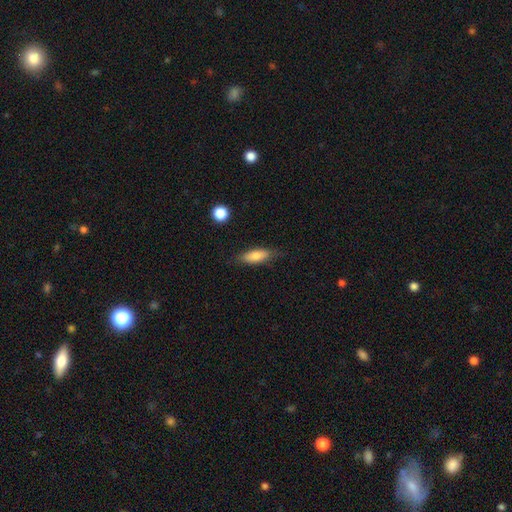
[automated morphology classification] Smooth or featured?
  - smooth: 77% *
  - featured or disk: 16%
  - star or artifact: 7%
How rounded?
  - in between: 61% *
  - cigar-shaped: 36%
  - round: 3%
Merging?
  - none: 76% *
  - minor disturbance: 18%
  - major disturbance: 4%
  - merger: 2%